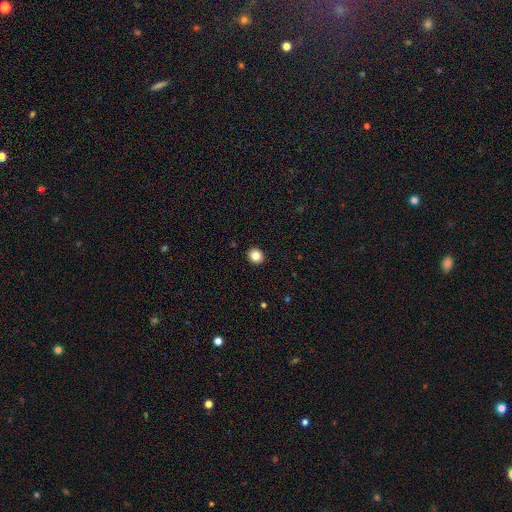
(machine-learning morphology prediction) Smooth or featured: smooth — 84% (star or artifact — 10%)
How rounded: round — 77% (in between — 22%)
Merging: none — 93% (minor disturbance — 5%)